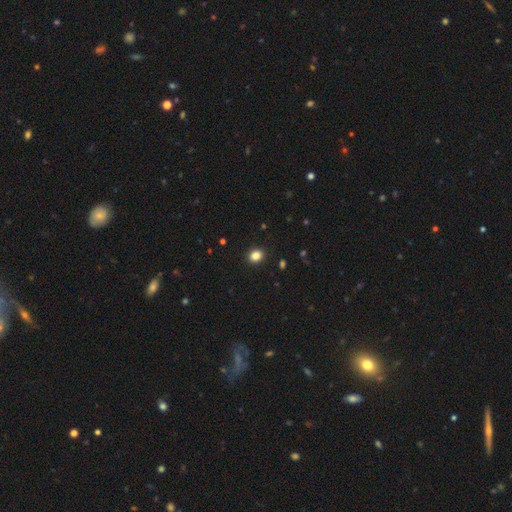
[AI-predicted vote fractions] Q: Smooth or featured?
A: smooth (85%); runner-up: star or artifact (11%)
Q: How rounded?
A: round (62%); runner-up: in between (37%)
Q: Merging?
A: none (92%); runner-up: minor disturbance (6%)